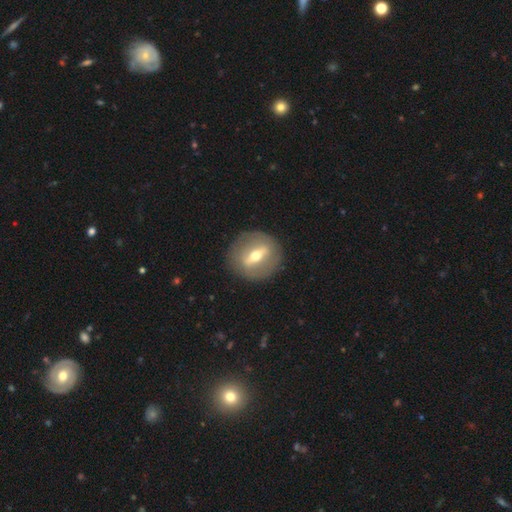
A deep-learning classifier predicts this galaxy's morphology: Smooth or featured? featured or disk (68%)
Edge-on disk? no (68%)
Merging? none (87%)